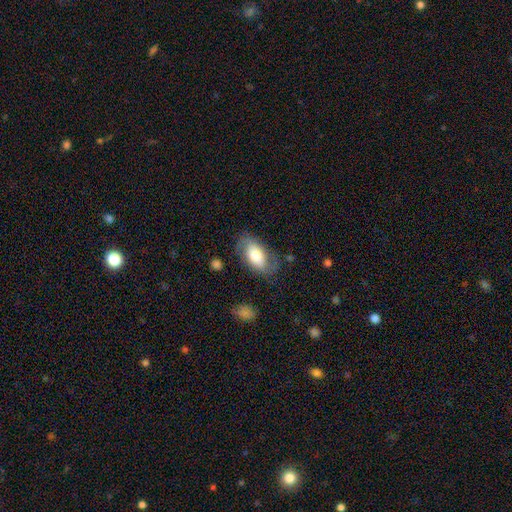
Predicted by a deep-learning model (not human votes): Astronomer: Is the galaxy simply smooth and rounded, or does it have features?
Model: smooth — 54% (runner-up: featured or disk, 39%).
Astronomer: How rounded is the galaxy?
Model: in between — 92%.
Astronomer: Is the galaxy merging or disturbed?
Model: none — 69%.